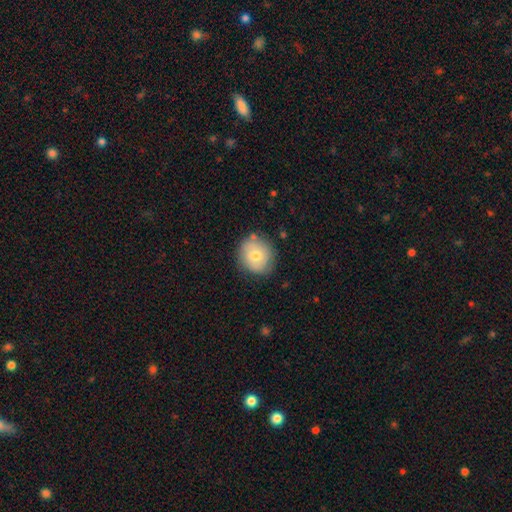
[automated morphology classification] Overall: smooth (69%). How rounded: round (85%). Merging: none (79%).